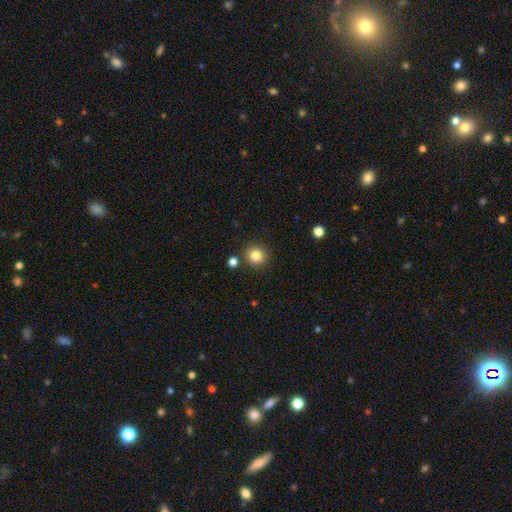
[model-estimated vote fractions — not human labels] smooth 83%, star or artifact 11%, featured or disk 6%. Down the decision tree: how rounded — round (92%); merging — none (87%).